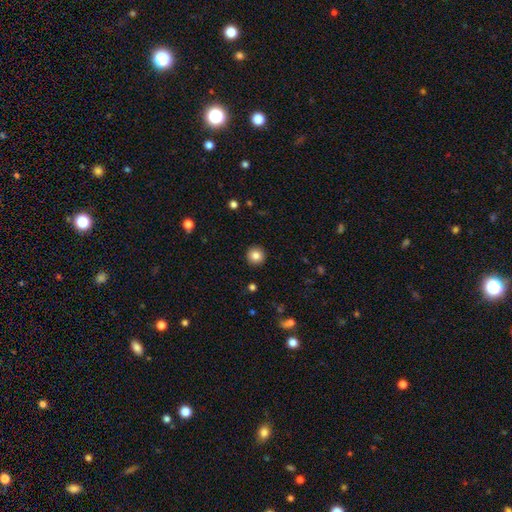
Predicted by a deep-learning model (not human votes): Morphology: type=smooth (84%); roundness=round (95%); merging=none (93%).